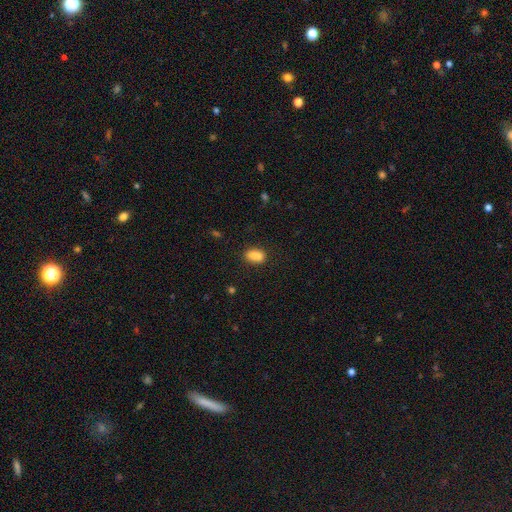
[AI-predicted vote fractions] Overall: smooth (83%). How rounded: in between (83%). Merging: none (64%).